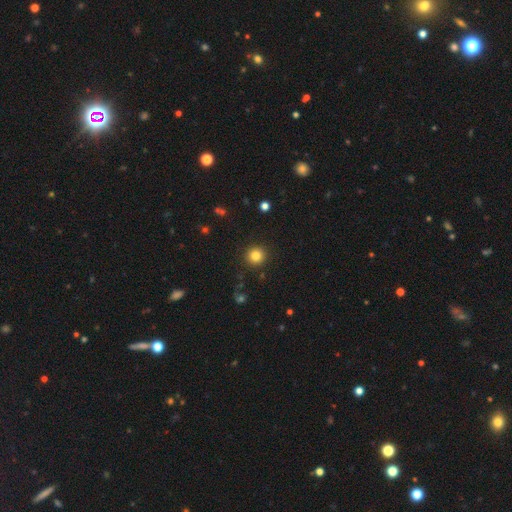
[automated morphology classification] A smooth galaxy with no disk features (83%) that is round (94%). Merging: none (91%).